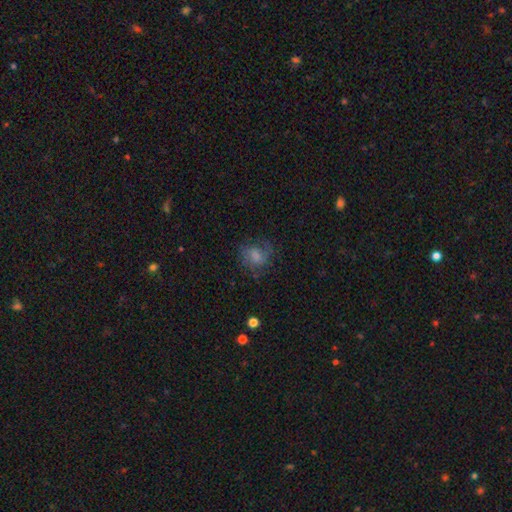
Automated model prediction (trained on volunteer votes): Q: Smooth or featured?
A: smooth (54%); runner-up: featured or disk (34%)
Q: How rounded?
A: round (60%); runner-up: in between (38%)
Q: Merging?
A: none (60%); runner-up: minor disturbance (21%)